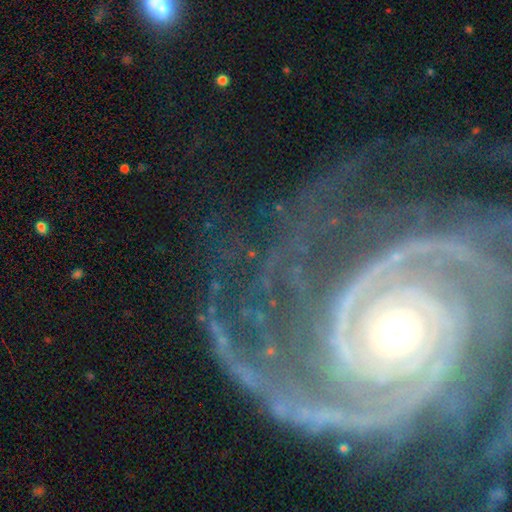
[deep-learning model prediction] Smooth or featured: featured or disk — 92% (star or artifact — 5%)
Edge-on disk: no — 98% (yes — 2%)
Bar: no — 70% (weak — 16%)
Spiral arms: yes — 98% (no — 2%)
Spiral winding: tight — 68% (medium — 25%)
Spiral arm count: 2 — 37% (3 — 20%)
Bulge size: moderate — 50% (small — 43%)
Merging: none — 63% (major disturbance — 17%)